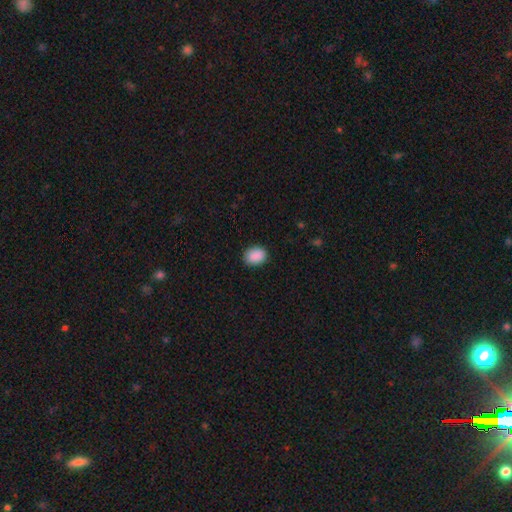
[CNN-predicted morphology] A smooth galaxy with no disk features (90%) that is in between round and cigar-shaped (58%). Merging: none (88%).